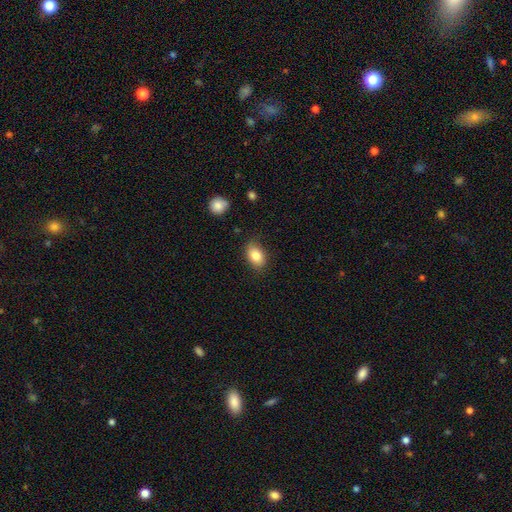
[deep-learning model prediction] smooth-or-featured: smooth: 84% | featured or disk: 8% | star or artifact: 8%
  how-rounded: in between: 85% | round: 14% | cigar-shaped: 2%
  merging: none: 82% | minor disturbance: 14% | major disturbance: 3% | merger: 1%